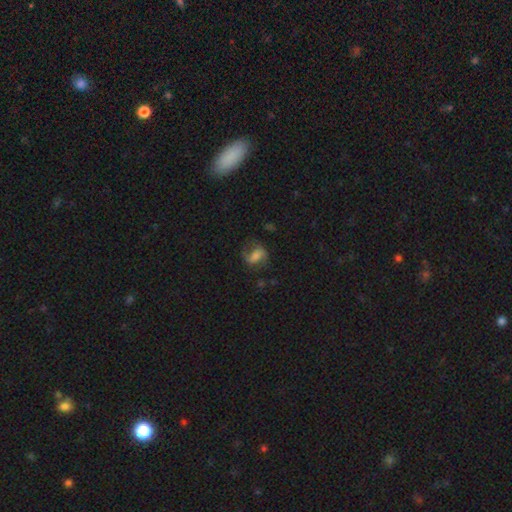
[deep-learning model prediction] Overall: smooth (47%; featured or disk 43%). Merging: none (54%; minor disturbance 24%).